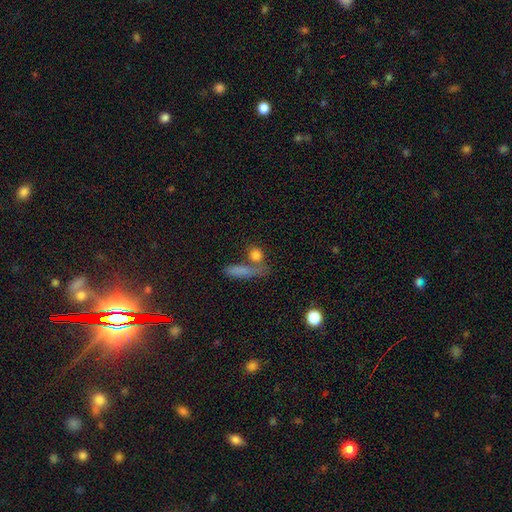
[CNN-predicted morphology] type=smooth (80%); roundness=round (57%); merging=none (55%).